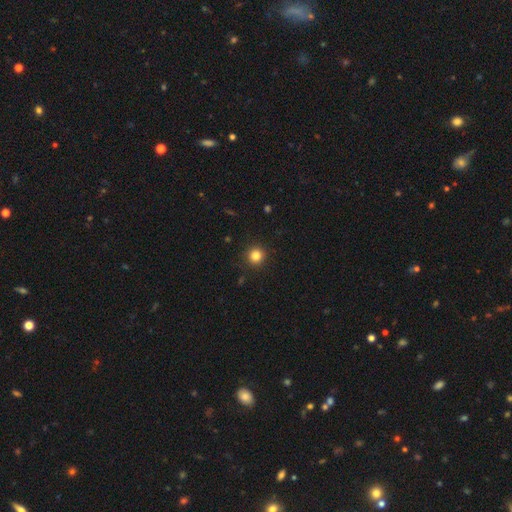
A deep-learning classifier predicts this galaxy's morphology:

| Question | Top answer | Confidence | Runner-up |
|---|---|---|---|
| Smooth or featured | smooth | 83% | star or artifact (12%) |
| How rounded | round | 94% | in between (5%) |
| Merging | none | 91% | minor disturbance (6%) |